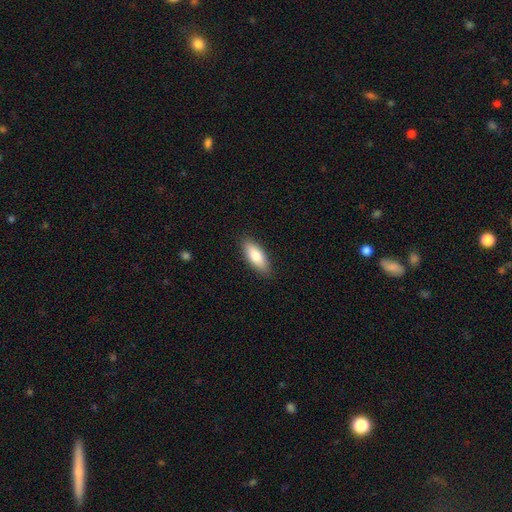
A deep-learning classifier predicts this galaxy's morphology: smooth_or_featured: smooth (p=0.80) [alt: featured or disk p=0.14]
how_rounded: in between (p=0.74) [alt: cigar-shaped p=0.24]
merging: none (p=0.87) [alt: minor disturbance p=0.10]